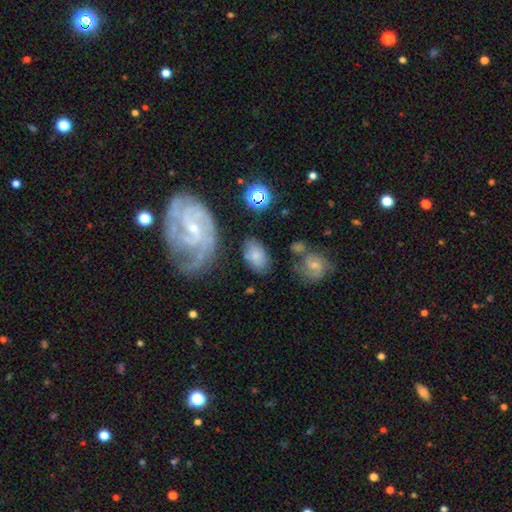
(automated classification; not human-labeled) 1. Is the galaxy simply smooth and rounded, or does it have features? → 56% smooth, 33% featured or disk, 11% star or artifact.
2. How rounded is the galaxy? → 90% in between, 8% round, 2% cigar-shaped.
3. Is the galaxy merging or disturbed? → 63% none, 20% minor disturbance, 9% major disturbance, 7% merger.